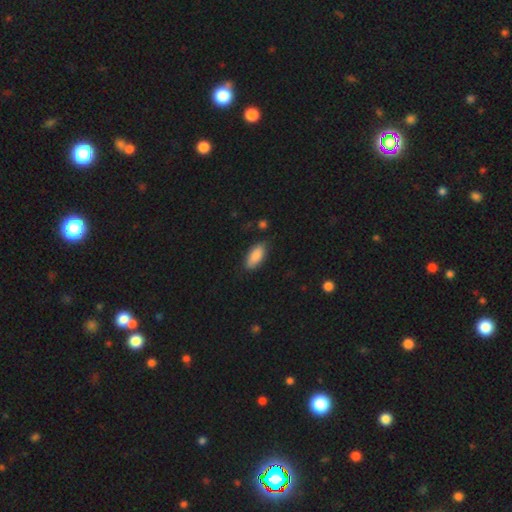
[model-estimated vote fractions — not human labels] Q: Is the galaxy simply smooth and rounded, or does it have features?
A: smooth — 88%.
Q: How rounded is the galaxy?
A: in between — 87%.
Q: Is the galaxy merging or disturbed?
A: none — 78%.